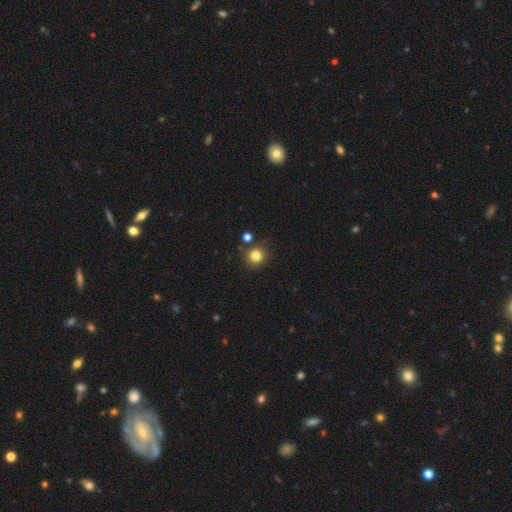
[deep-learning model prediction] Overall: smooth (82%). How rounded: round (93%). Merging: none (82%).